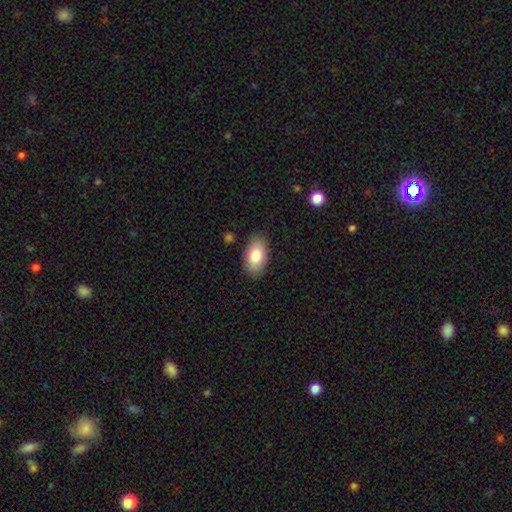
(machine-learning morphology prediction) smooth_or_featured: smooth (p=0.80) [alt: featured or disk p=0.13]
how_rounded: in between (p=0.94) [alt: round p=0.04]
merging: none (p=0.86) [alt: minor disturbance p=0.10]